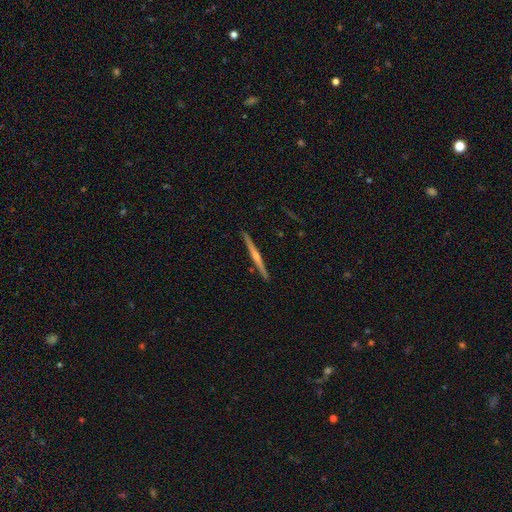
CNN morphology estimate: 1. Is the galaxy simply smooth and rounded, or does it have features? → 72% featured or disk, 20% smooth, 9% star or artifact.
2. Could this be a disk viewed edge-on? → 97% yes, 3% no.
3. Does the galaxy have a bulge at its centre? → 67% rounded, 26% none, 8% boxy.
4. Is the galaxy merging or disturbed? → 90% none, 7% minor disturbance, 2% major disturbance, 1% merger.